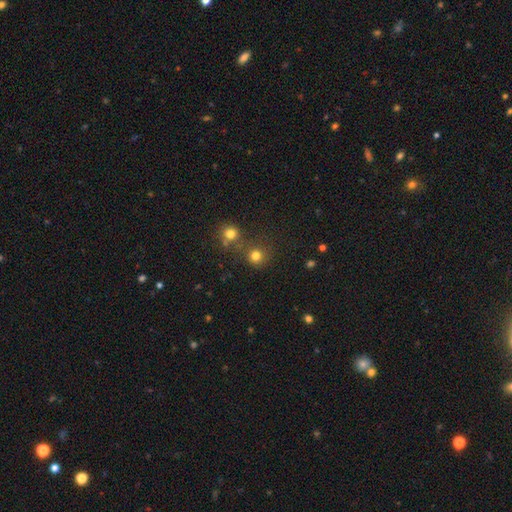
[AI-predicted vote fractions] The model was most divided on "merging": none: 68%, merger: 20%, minor disturbance: 8%, major disturbance: 4%. More confident: how rounded — round (91%); smooth or featured — smooth (77%).